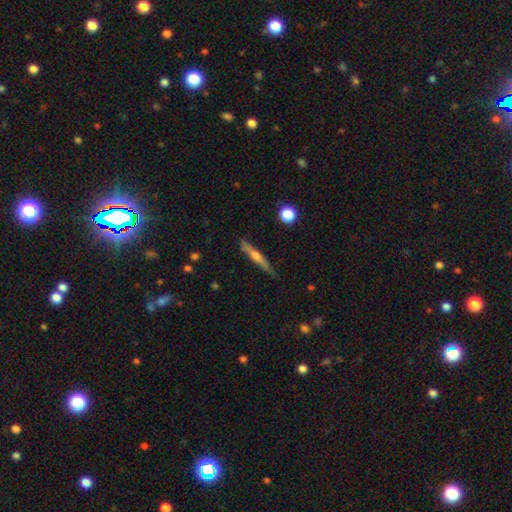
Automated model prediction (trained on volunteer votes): The model was most divided on "smooth or featured": featured or disk: 60%, smooth: 33%, star or artifact: 7%. More confident: edge-on disk — yes (97%); merging — none (86%); edge-on bulge — rounded (75%).